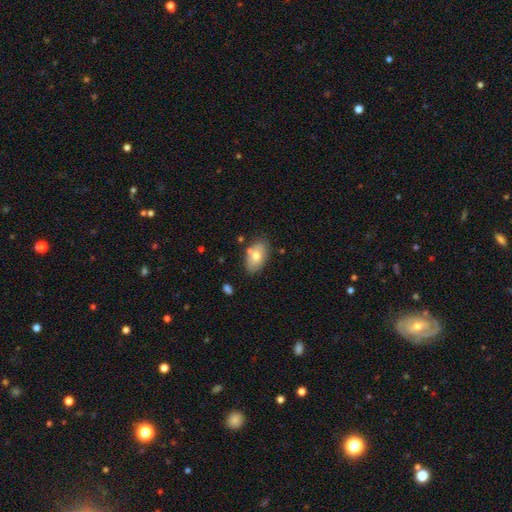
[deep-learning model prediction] Smooth or featured? smooth (72%)
How rounded? in between (90%)
Merging? none (74%)